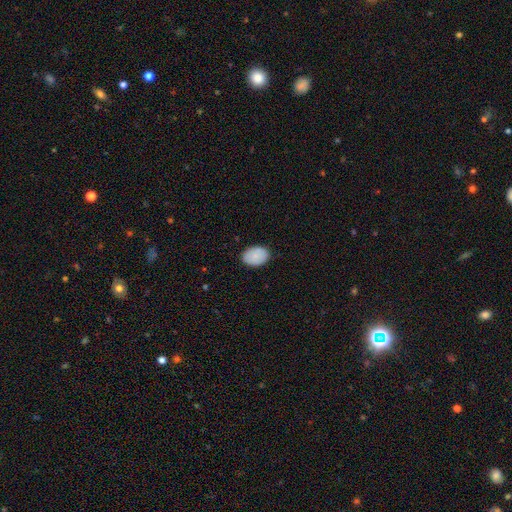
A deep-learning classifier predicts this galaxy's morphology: smooth-or-featured: smooth: 86% | featured or disk: 8% | star or artifact: 6%
  how-rounded: in between: 86% | round: 13% | cigar-shaped: 1%
  merging: none: 87% | minor disturbance: 10% | major disturbance: 2% | merger: 1%